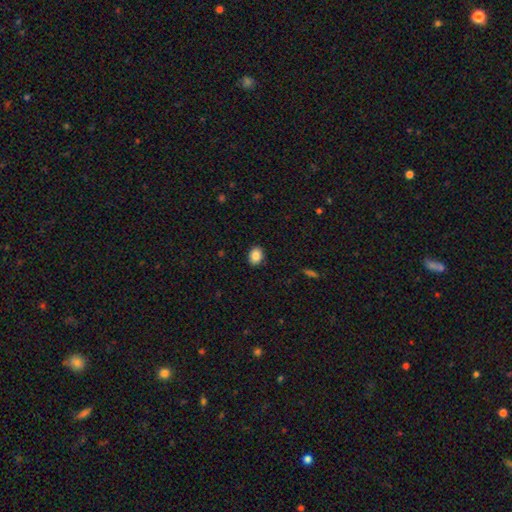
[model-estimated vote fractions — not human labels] smooth 87%, star or artifact 8%, featured or disk 5%. Down the decision tree: how rounded — in between (60%); merging — none (90%).